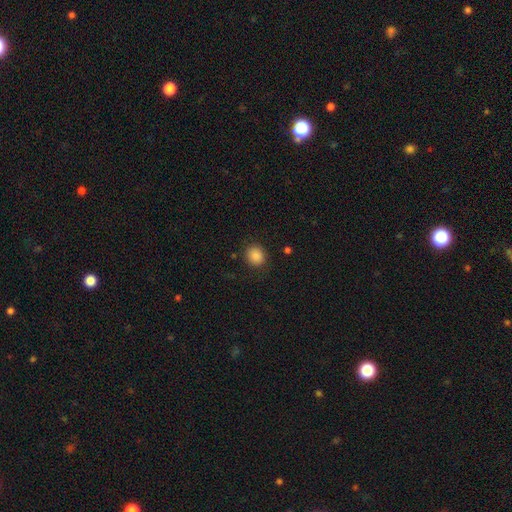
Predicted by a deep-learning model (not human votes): Q: Smooth or featured?
A: smooth (87%); runner-up: star or artifact (10%)
Q: How rounded?
A: round (82%); runner-up: in between (17%)
Q: Merging?
A: none (87%); runner-up: minor disturbance (9%)